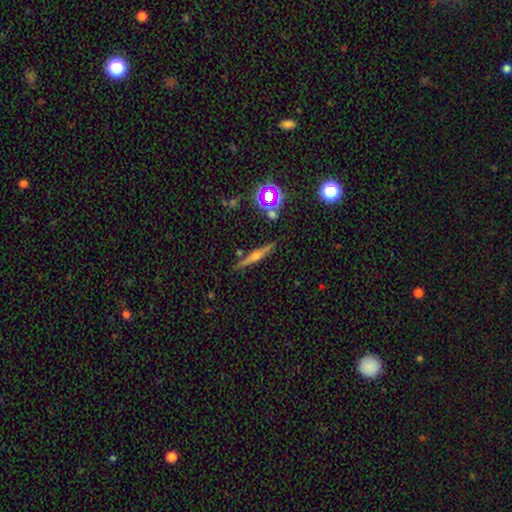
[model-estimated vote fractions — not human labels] A featured or disk galaxy (59%) viewed edge-on (96%) with a rounded central bulge (84%).

Vote fractions:
- Smooth or featured? featured or disk: 59% / smooth: 28% / star or artifact: 13%
- Edge-on disk? yes: 96% / no: 4%
- Edge-on bulge? rounded: 84% / none: 9% / boxy: 7%
- Merging? none: 85% / minor disturbance: 9% / merger: 4% / major disturbance: 2%